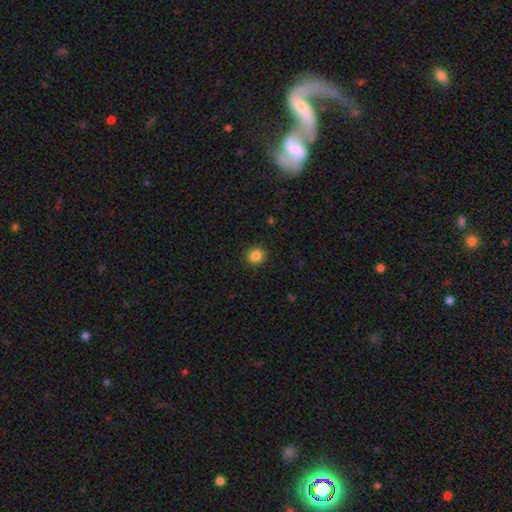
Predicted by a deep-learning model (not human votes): Smooth or featured? smooth (85%)
How rounded? round (90%)
Merging? none (91%)